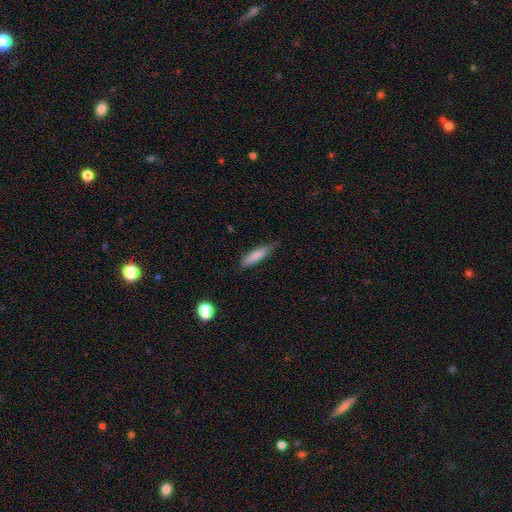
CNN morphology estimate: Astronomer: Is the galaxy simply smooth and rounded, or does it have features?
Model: smooth — 82%.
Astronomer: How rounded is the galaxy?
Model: cigar-shaped — 73%.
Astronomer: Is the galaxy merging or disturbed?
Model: none — 69%.